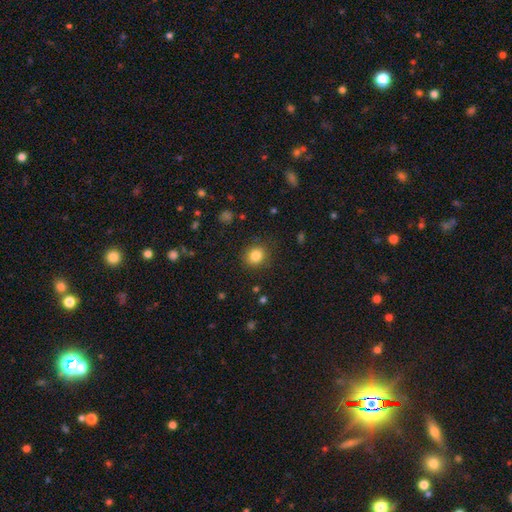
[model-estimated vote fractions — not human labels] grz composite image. It shows a smooth galaxy with no disk features (83%) that is round (78%). Merging: none (84%).